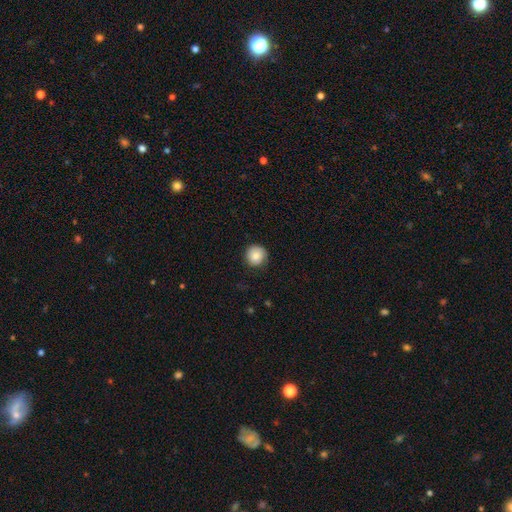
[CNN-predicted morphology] smooth_or_featured: smooth (p=0.80) [alt: featured or disk p=0.12]
how_rounded: round (p=0.94) [alt: in between p=0.05]
merging: none (p=0.82) [alt: minor disturbance p=0.14]